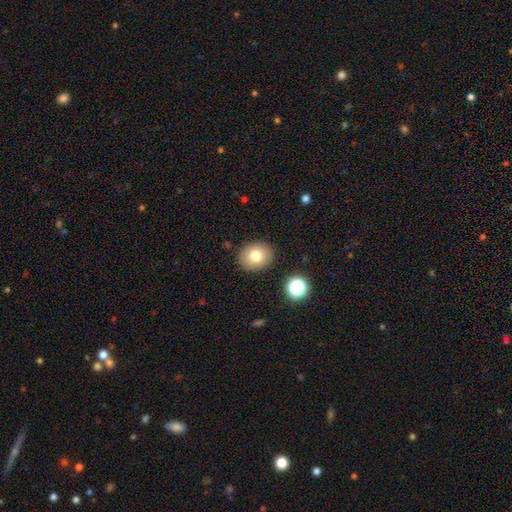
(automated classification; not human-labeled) This appears to be a smooth galaxy with no disk features (77%) that is round (62%). Merging: none (88%).